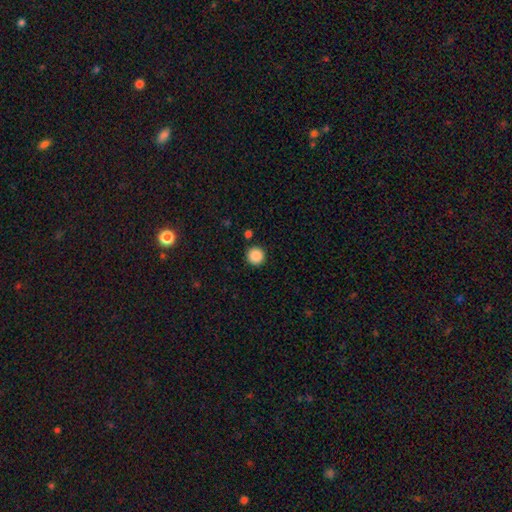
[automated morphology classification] Q: Smooth or featured?
A: smooth (88%); runner-up: star or artifact (9%)
Q: How rounded?
A: round (96%); runner-up: in between (3%)
Q: Merging?
A: none (90%); runner-up: minor disturbance (5%)